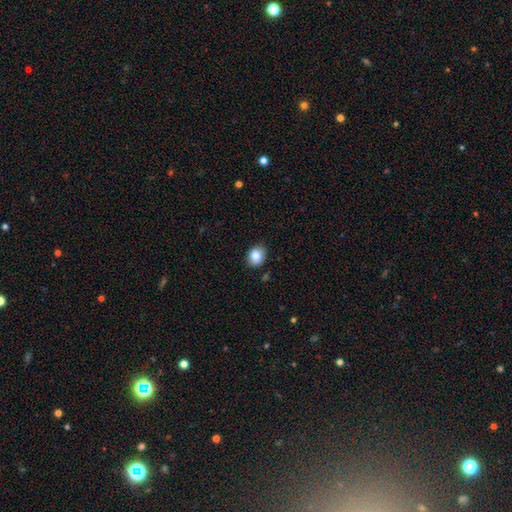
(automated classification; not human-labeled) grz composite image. It shows a smooth galaxy with no disk features (85%) that is round (56%). Merging: none (86%).